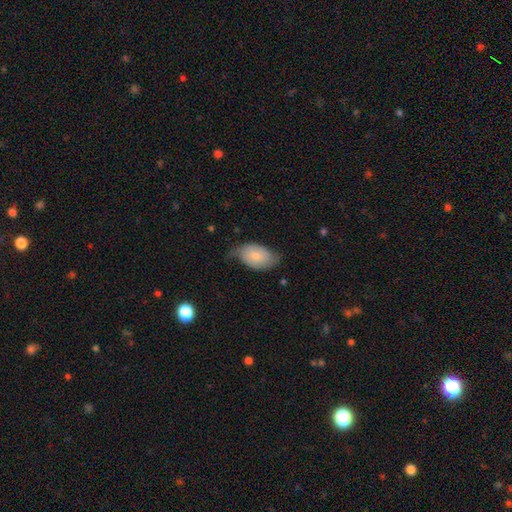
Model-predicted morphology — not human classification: type=smooth (64%); roundness=in between (91%); merging=none (44%).